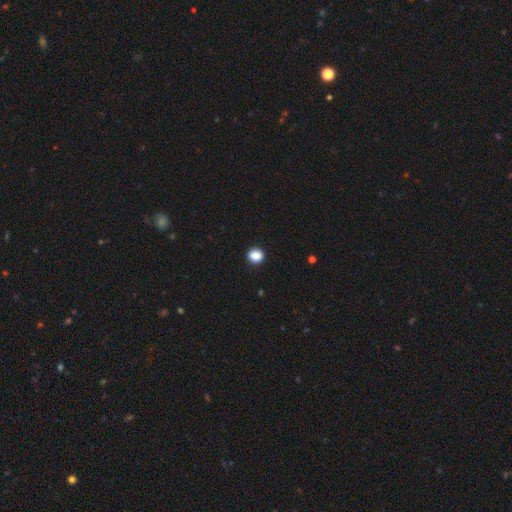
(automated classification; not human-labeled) smooth_or_featured: smooth (p=0.88) [alt: star or artifact p=0.09]
how_rounded: round (p=0.74) [alt: in between p=0.25]
merging: none (p=0.91) [alt: minor disturbance p=0.06]